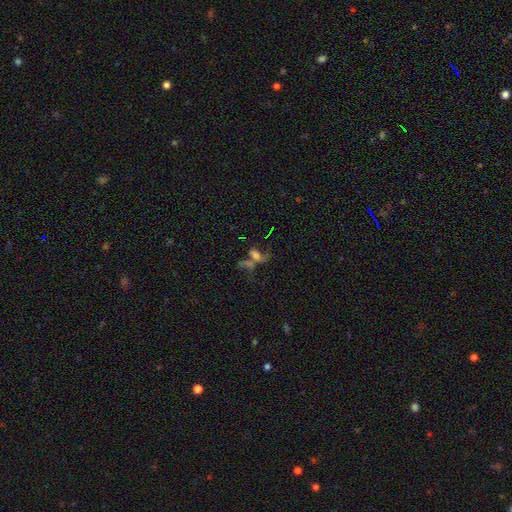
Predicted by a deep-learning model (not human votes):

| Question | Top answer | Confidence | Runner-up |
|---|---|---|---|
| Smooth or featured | smooth | 43% | featured or disk (31%) |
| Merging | merger | 46% | none (24%) |